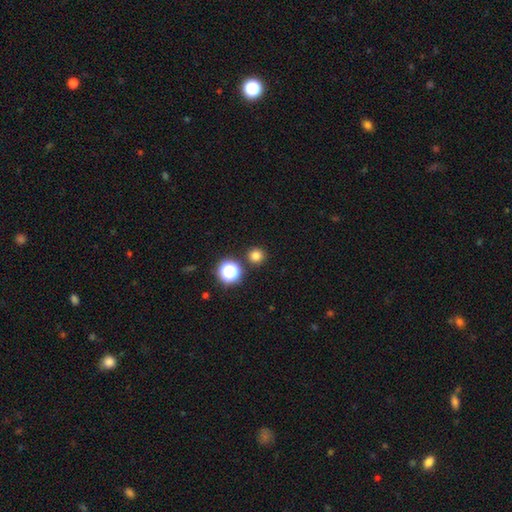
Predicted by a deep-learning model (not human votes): Morphology: type=smooth (77%); roundness=round (94%); merging=none (88%).